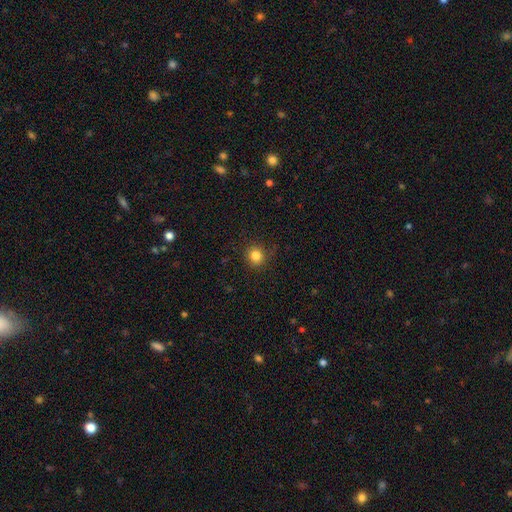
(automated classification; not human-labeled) The model was most divided on "smooth or featured": smooth: 83%, star or artifact: 12%, featured or disk: 5%. More confident: how rounded — round (90%); merging — none (86%).